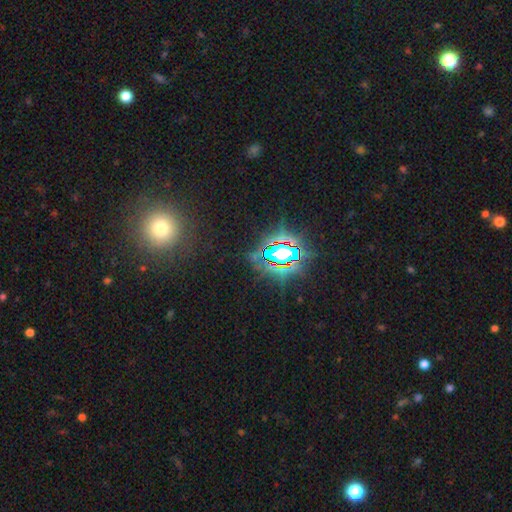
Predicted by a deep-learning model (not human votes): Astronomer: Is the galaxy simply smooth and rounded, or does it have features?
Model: star or artifact — 78%.